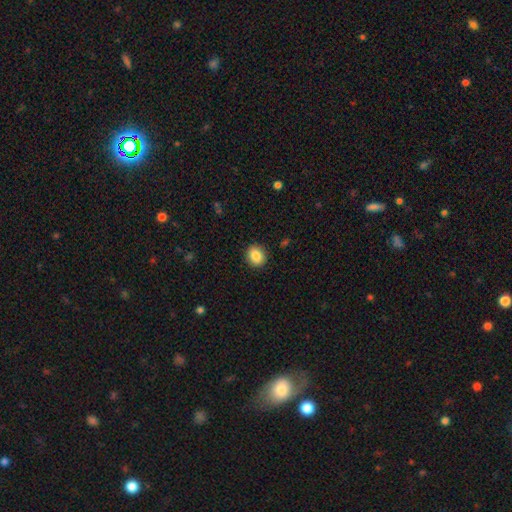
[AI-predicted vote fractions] This appears to be a smooth galaxy with no disk features (87%) that is round (65%). Merging: none (90%).